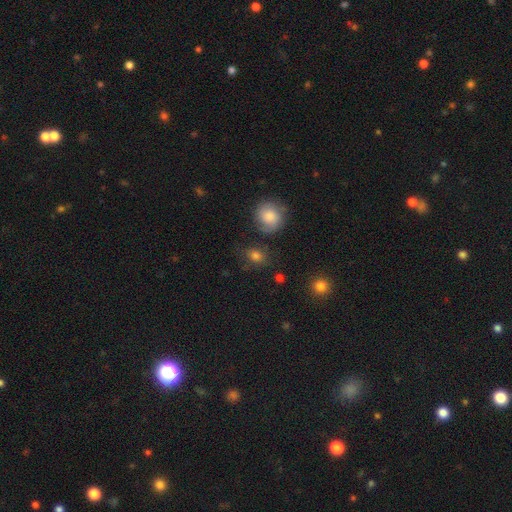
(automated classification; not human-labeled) smooth-or-featured: smooth: 78% | star or artifact: 13% | featured or disk: 9%
  how-rounded: round: 51% | in between: 48% | cigar-shaped: 2%
  merging: none: 73% | minor disturbance: 17% | major disturbance: 6% | merger: 5%